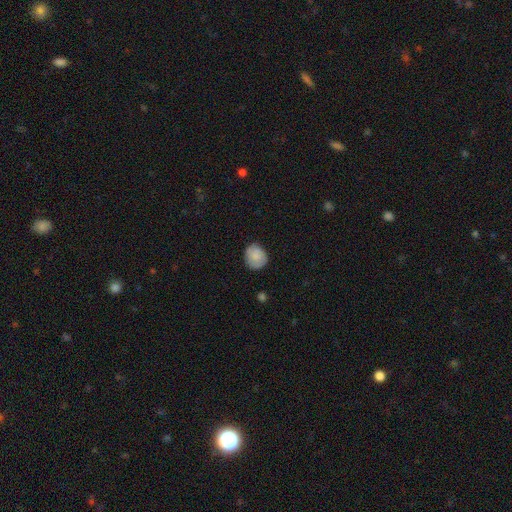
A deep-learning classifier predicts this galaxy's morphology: A smooth galaxy with no disk features (81%) that is round (78%). Merging: none (74%).